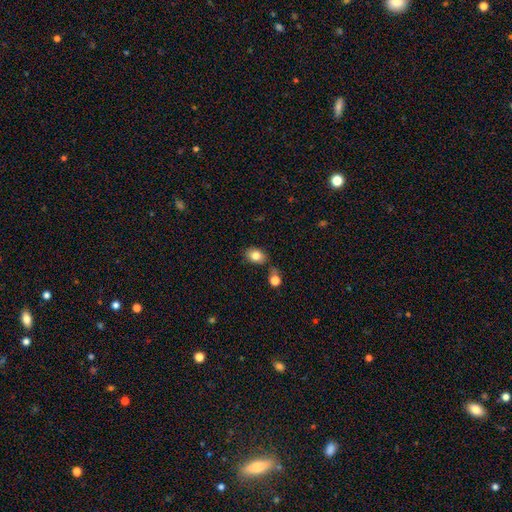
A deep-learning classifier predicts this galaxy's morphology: Q: Smooth or featured?
A: smooth (82%); runner-up: featured or disk (9%)
Q: How rounded?
A: in between (68%); runner-up: round (30%)
Q: Merging?
A: none (67%); runner-up: minor disturbance (18%)